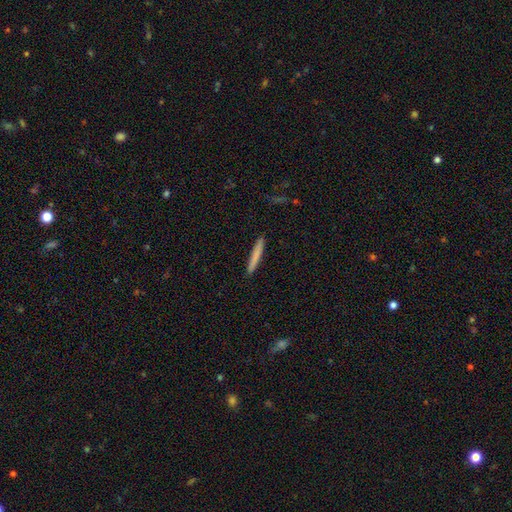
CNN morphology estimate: type=smooth (77%); roundness=cigar-shaped (96%); merging=none (92%).